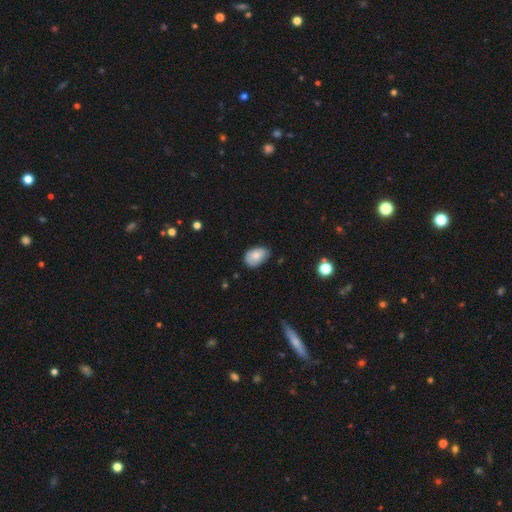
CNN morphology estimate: Smooth or featured? smooth (81%)
How rounded? in between (87%)
Merging? none (63%)